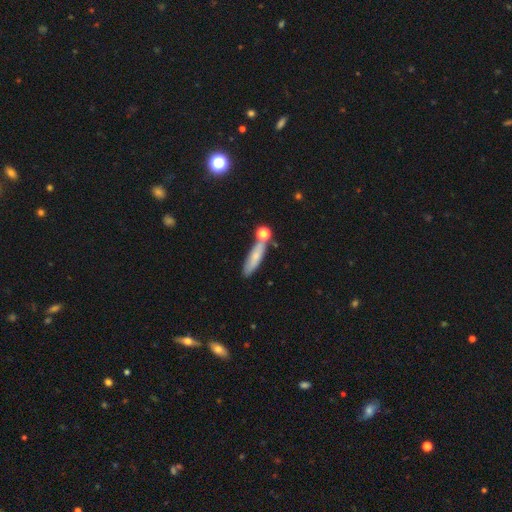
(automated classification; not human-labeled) Smooth or featured? Predicted: smooth (p=0.69). How rounded? Predicted: cigar-shaped (p=0.70). Merging? Predicted: none (p=0.65).